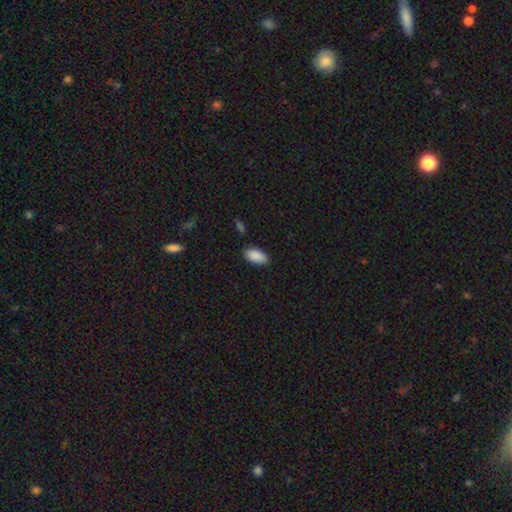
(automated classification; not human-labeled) The model was most divided on "merging": none: 85%, minor disturbance: 11%, major disturbance: 2%, merger: 2%. More confident: how rounded — in between (94%); smooth or featured — smooth (90%).